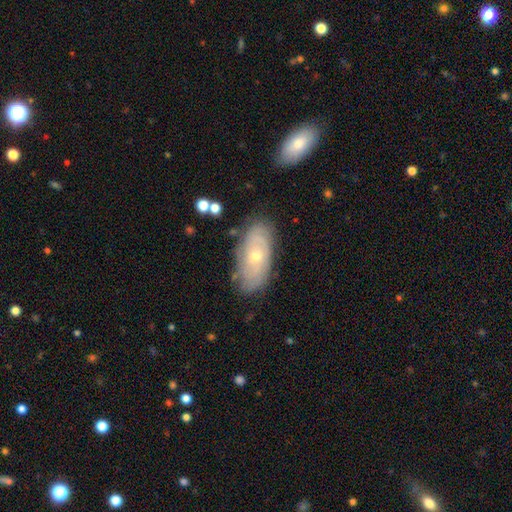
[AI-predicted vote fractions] Smooth or featured?
  - featured or disk: 62% *
  - smooth: 30%
  - star or artifact: 7%
Edge-on disk?
  - no: 88% *
  - yes: 12%
Bar?
  - no: 83% *
  - weak: 14%
  - strong: 3%
Spiral arms?
  - yes: 70% *
  - no: 30%
Bulge size?
  - small: 57% *
  - moderate: 40%
  - large: 1%
  - none: 1%
  - dominant: 1%
Merging?
  - none: 77% *
  - minor disturbance: 17%
  - major disturbance: 4%
  - merger: 2%